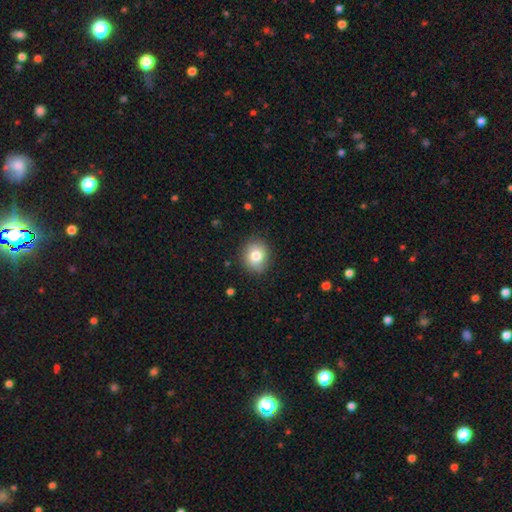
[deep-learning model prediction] smooth-or-featured: smooth: 81% | featured or disk: 10% | star or artifact: 9%
  how-rounded: round: 75% | in between: 25% | cigar-shaped: 1%
  merging: none: 87% | minor disturbance: 10% | major disturbance: 2% | merger: 1%